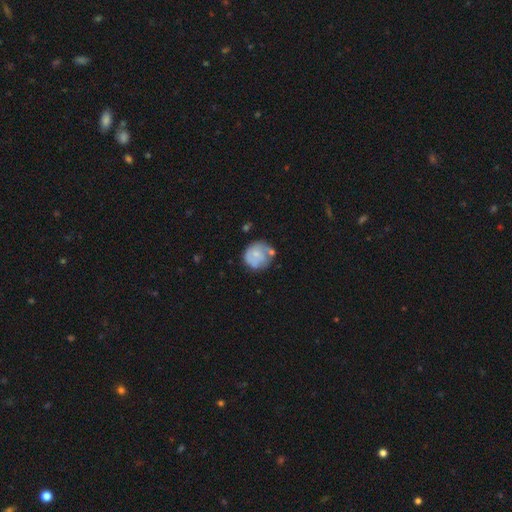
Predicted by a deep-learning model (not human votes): smooth 54%, featured or disk 39%, star or artifact 7%. Down the decision tree: how rounded — round (86%); merging — none (55%).